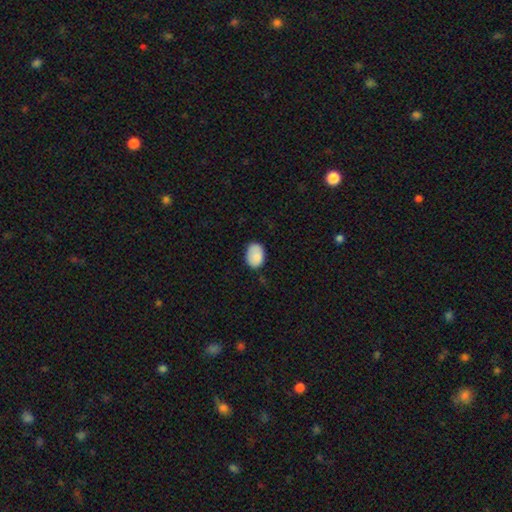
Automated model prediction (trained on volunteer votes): smooth_or_featured: smooth (p=0.85) [alt: featured or disk p=0.07]
how_rounded: in between (p=0.80) [alt: round p=0.19]
merging: none (p=0.70) [alt: minor disturbance p=0.24]